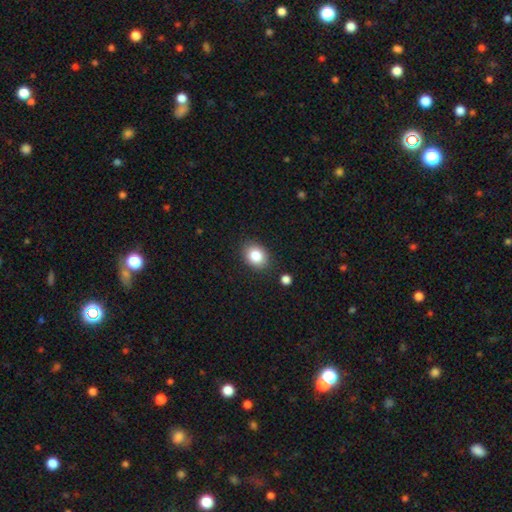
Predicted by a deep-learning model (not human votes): Smooth or featured?
  - smooth: 84% *
  - star or artifact: 9%
  - featured or disk: 7%
How rounded?
  - in between: 56% *
  - round: 43%
  - cigar-shaped: 1%
Merging?
  - none: 85% *
  - minor disturbance: 10%
  - major disturbance: 3%
  - merger: 2%